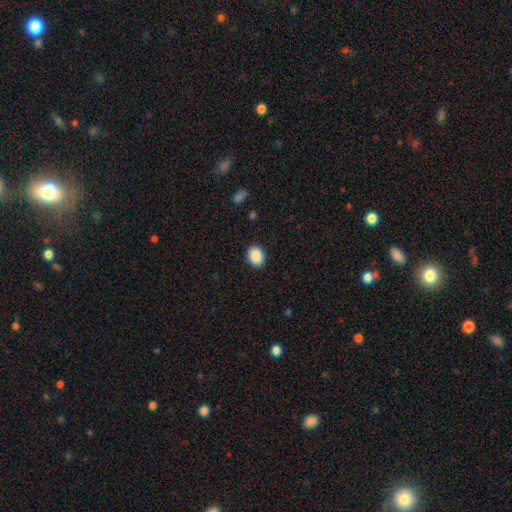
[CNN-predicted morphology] A smooth galaxy with no disk features (89%) that is in between round and cigar-shaped (63%).

Vote fractions:
- Smooth or featured? smooth: 89% / star or artifact: 8% / featured or disk: 3%
- How rounded? in between: 63% / round: 36% / cigar-shaped: 1%
- Merging? none: 90% / minor disturbance: 7% / major disturbance: 2% / merger: 1%